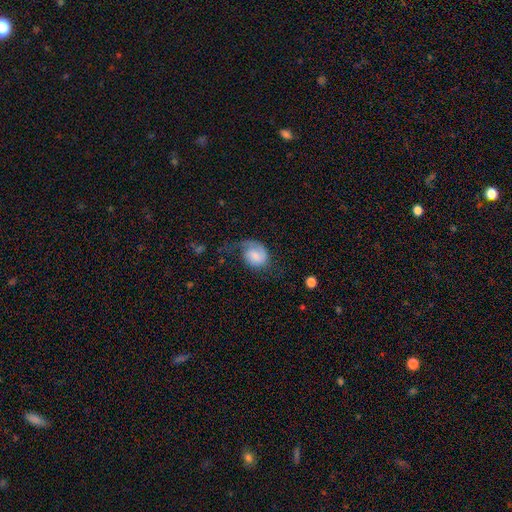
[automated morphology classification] Q: Smooth or featured?
A: featured or disk (48%); runner-up: smooth (44%)
Q: Merging?
A: major disturbance (42%); runner-up: none (32%)